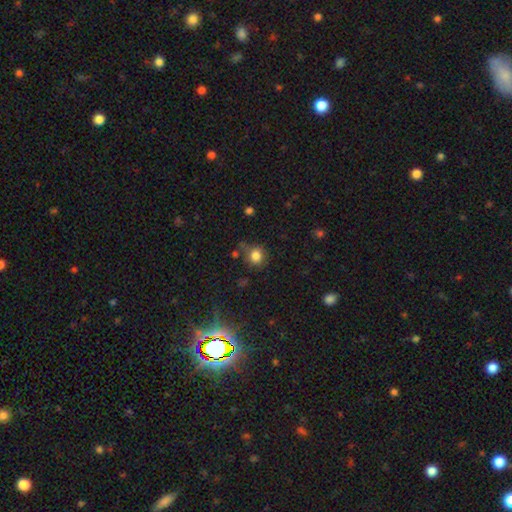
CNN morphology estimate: This appears to be a smooth galaxy with no disk features (82%) that is round (79%). Merging: none (69%).